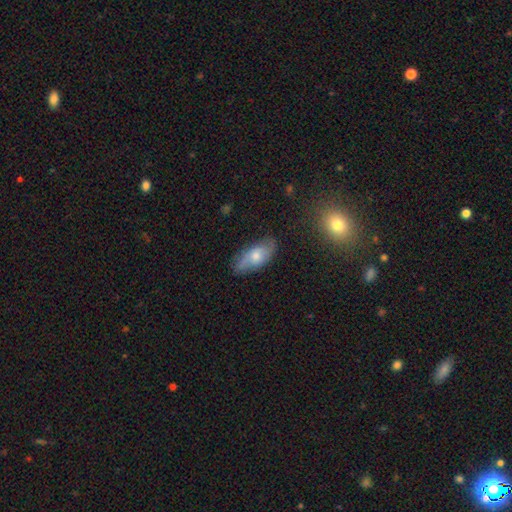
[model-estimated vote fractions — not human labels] Overall: smooth (52%; featured or disk 40%). How rounded: in between (85%). Merging: none (75%).